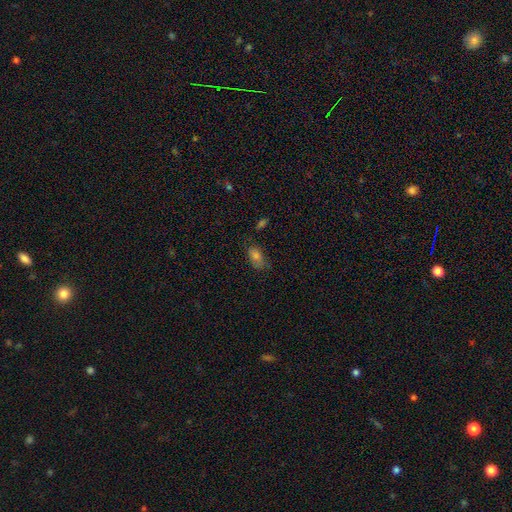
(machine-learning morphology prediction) This appears to be a smooth galaxy with no disk features (61%) that is in between round and cigar-shaped (84%). Merging: none (64%).